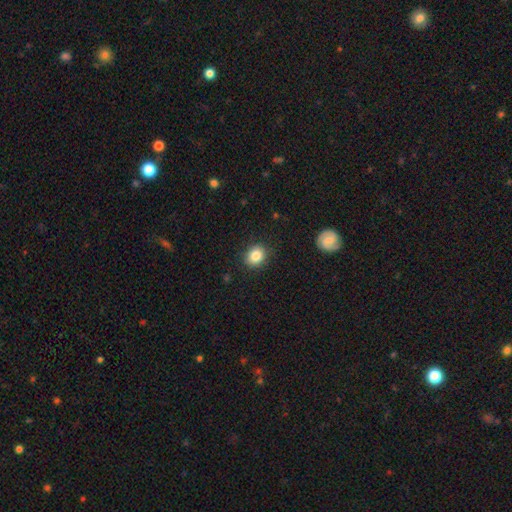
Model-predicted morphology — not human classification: Q: Smooth or featured?
A: smooth (85%); runner-up: star or artifact (9%)
Q: How rounded?
A: round (60%); runner-up: in between (39%)
Q: Merging?
A: none (88%); runner-up: minor disturbance (9%)